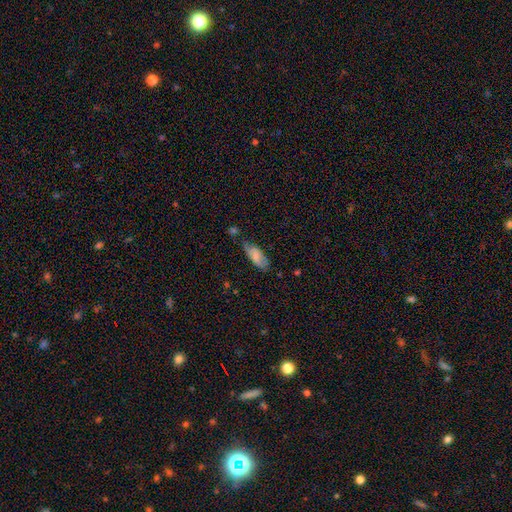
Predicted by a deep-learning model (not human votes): A smooth galaxy with no disk features (71%) that is in between round and cigar-shaped (78%). Merging: none (59%).